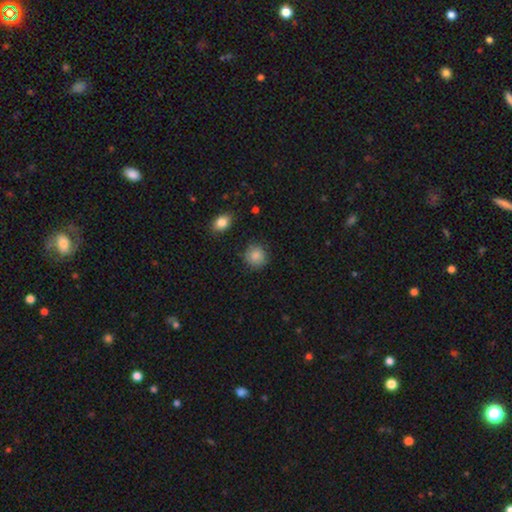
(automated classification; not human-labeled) Smooth or featured? Predicted: smooth (p=0.87). How rounded? Predicted: round (p=0.89). Merging? Predicted: none (p=0.84).